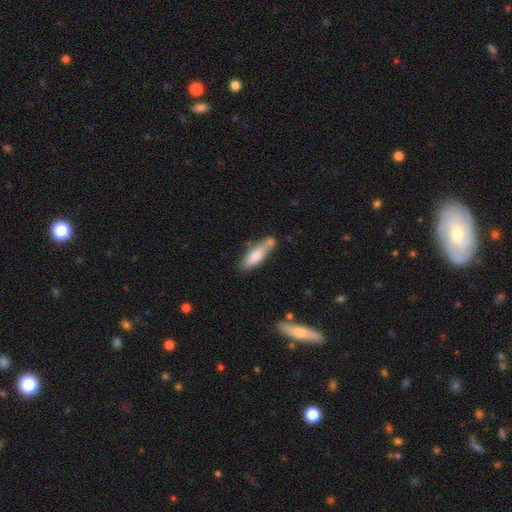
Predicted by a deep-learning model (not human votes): smooth 68%, featured or disk 26%, star or artifact 6%. Down the decision tree: how rounded — cigar-shaped (59%); merging — none (52%).